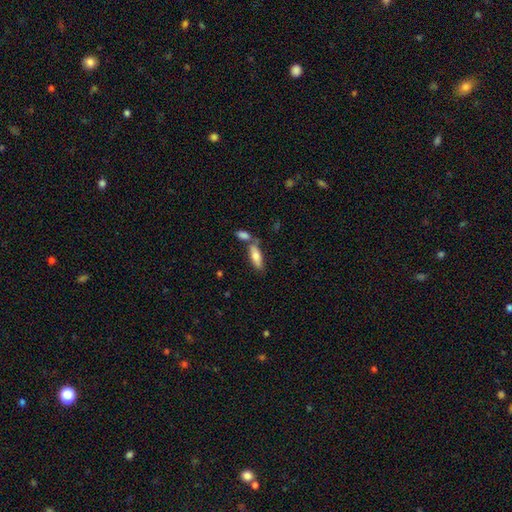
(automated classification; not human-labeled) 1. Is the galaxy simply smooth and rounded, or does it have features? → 76% smooth, 18% featured or disk, 6% star or artifact.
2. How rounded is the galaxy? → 64% in between, 34% cigar-shaped, 2% round.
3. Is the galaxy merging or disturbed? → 53% none, 31% merger, 12% minor disturbance, 4% major disturbance.